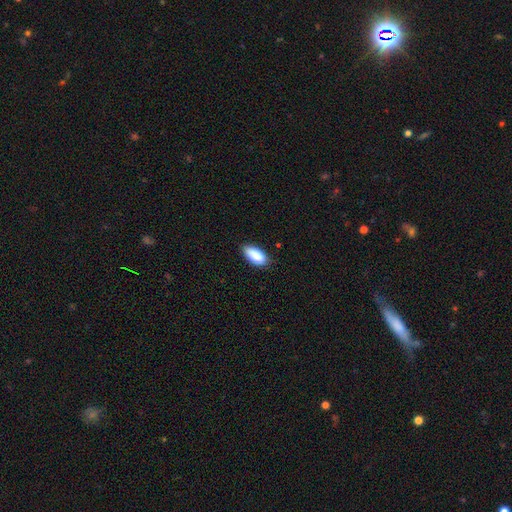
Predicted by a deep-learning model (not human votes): Q: Smooth or featured?
A: smooth (89%); runner-up: star or artifact (7%)
Q: How rounded?
A: in between (91%); runner-up: cigar-shaped (7%)
Q: Merging?
A: none (78%); runner-up: minor disturbance (18%)